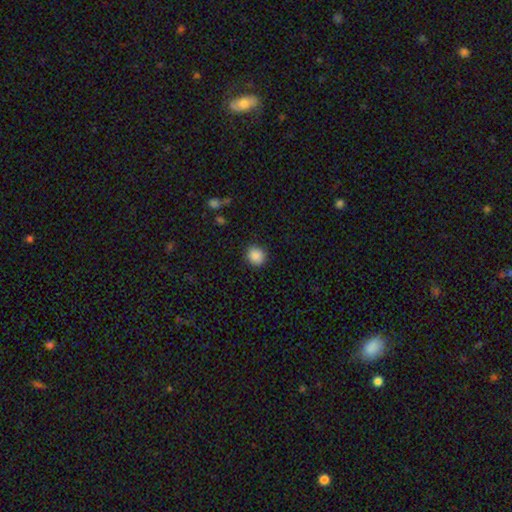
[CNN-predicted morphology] The model was most divided on "how rounded": round: 87%, in between: 12%, cigar-shaped: 1%. More confident: merging — none (89%); smooth or featured — smooth (88%).